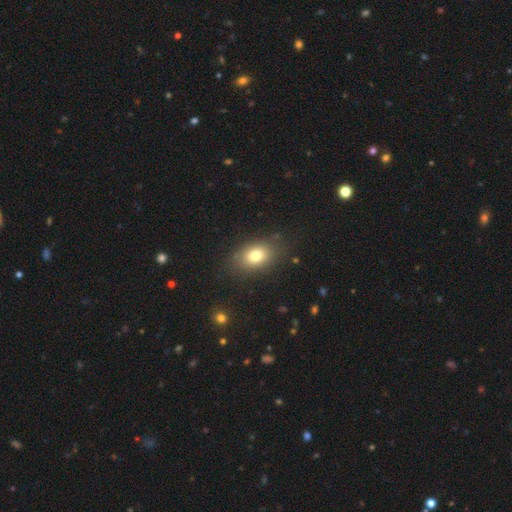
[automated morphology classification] Q: Smooth or featured?
A: smooth (77%); runner-up: featured or disk (12%)
Q: How rounded?
A: in between (76%); runner-up: round (23%)
Q: Merging?
A: none (81%); runner-up: minor disturbance (13%)